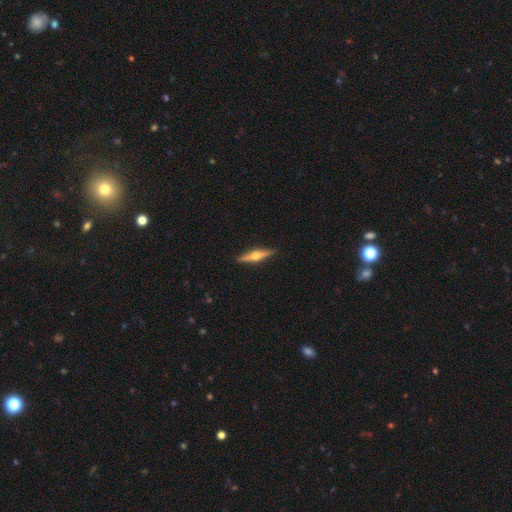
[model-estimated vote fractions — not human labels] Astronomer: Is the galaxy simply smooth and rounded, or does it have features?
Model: featured or disk — 72%.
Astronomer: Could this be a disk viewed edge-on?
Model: yes — 97%.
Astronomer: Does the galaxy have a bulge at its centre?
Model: rounded — 95%.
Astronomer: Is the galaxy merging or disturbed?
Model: none — 91%.